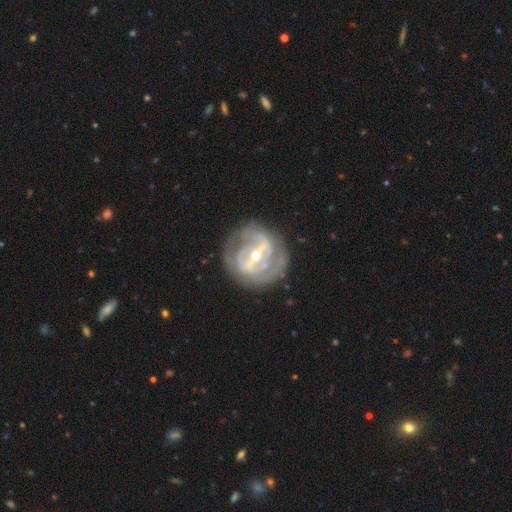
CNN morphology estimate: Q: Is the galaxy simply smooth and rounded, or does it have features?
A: featured or disk — 86%.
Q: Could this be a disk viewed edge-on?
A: no — 95%.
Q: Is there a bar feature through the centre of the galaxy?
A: strong — 67%.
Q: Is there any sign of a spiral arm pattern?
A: yes — 84%.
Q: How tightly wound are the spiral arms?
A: tight — 52%.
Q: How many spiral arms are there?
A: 2 — 55%.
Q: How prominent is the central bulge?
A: small — 51%.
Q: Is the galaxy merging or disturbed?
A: none — 75%.